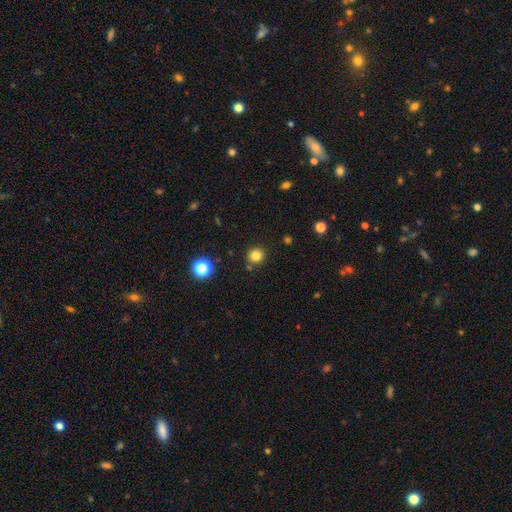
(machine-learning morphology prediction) smooth_or_featured: smooth (p=0.82) [alt: star or artifact p=0.14]
how_rounded: round (p=0.92) [alt: in between p=0.07]
merging: none (p=0.86) [alt: minor disturbance p=0.07]